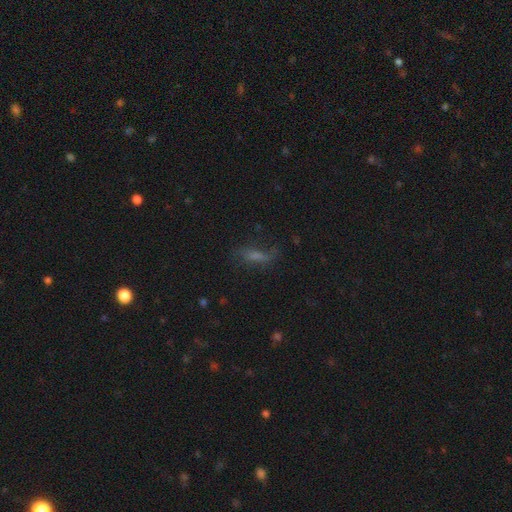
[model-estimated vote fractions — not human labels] Smooth or featured? smooth (52%)
How rounded? cigar-shaped (52%)
Merging? none (54%)